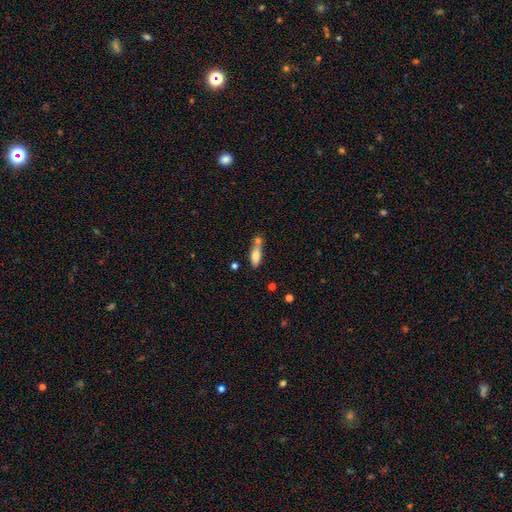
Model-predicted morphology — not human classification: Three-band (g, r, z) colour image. It shows a smooth galaxy with no disk features (76%) that is in between round and cigar-shaped (62%). Merging: none (42%).